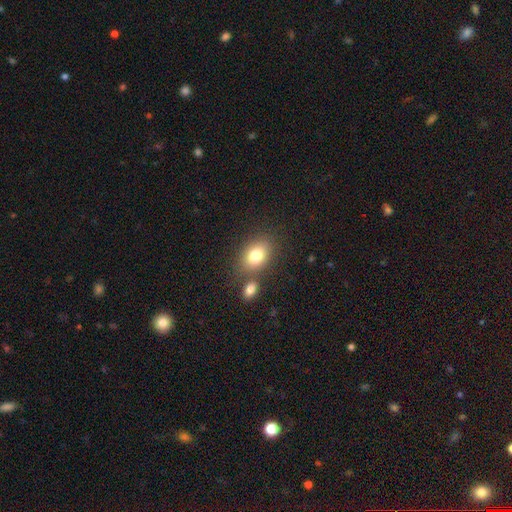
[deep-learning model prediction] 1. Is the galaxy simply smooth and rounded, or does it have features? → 79% smooth, 11% featured or disk, 10% star or artifact.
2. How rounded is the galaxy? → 77% in between, 22% round, 1% cigar-shaped.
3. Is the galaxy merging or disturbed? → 64% none, 21% merger, 11% minor disturbance, 4% major disturbance.